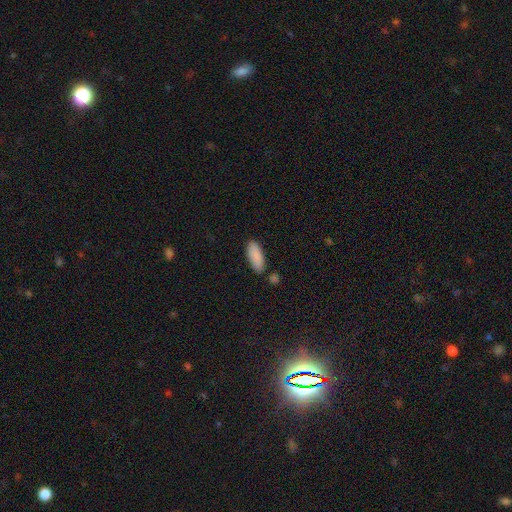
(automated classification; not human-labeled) A smooth galaxy with no disk features (89%) that is in between round and cigar-shaped (76%). Merging: none (79%).